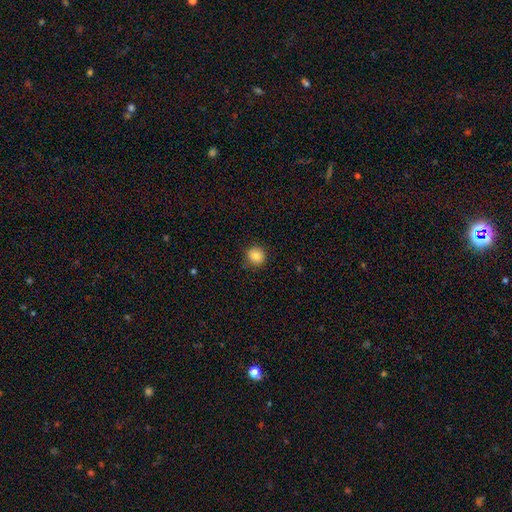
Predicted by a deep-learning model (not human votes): A smooth galaxy with no disk features (85%) that is round (92%). Merging: none (88%).